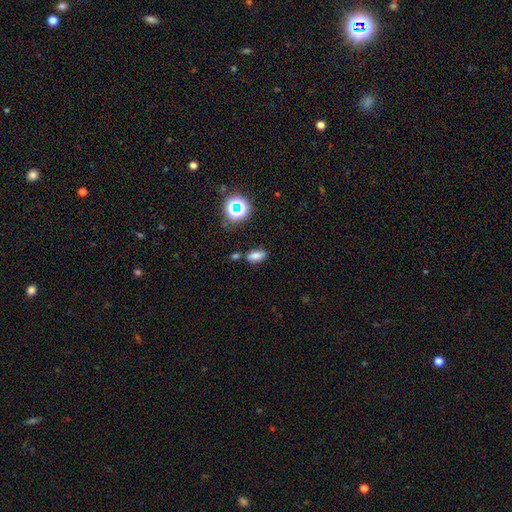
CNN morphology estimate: A smooth galaxy with no disk features (73%) that is in between round and cigar-shaped (81%). Merging: none (75%).